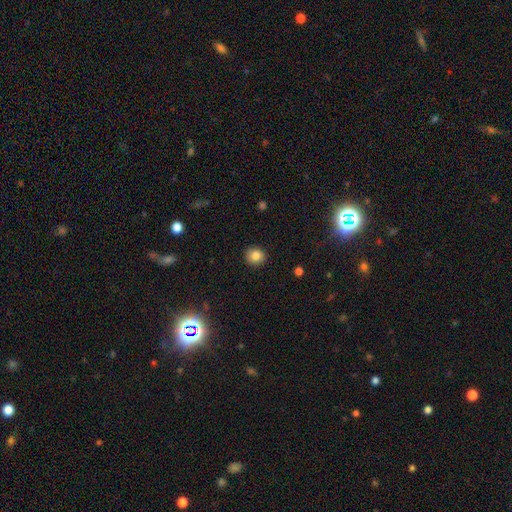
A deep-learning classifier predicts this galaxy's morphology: Overall: smooth (83%). How rounded: round (78%). Merging: none (90%).